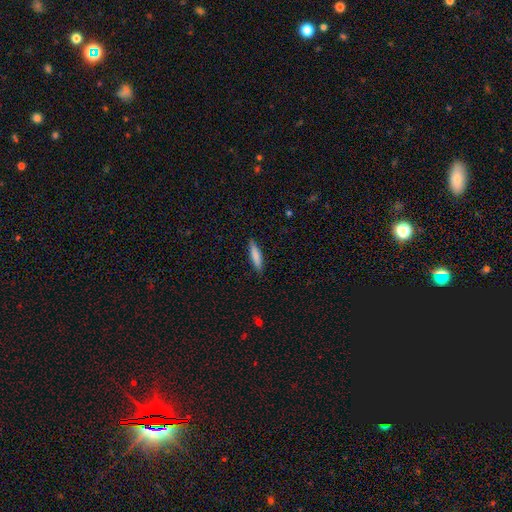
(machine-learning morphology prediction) Smooth or featured? smooth (81%)
How rounded? cigar-shaped (82%)
Merging? none (88%)